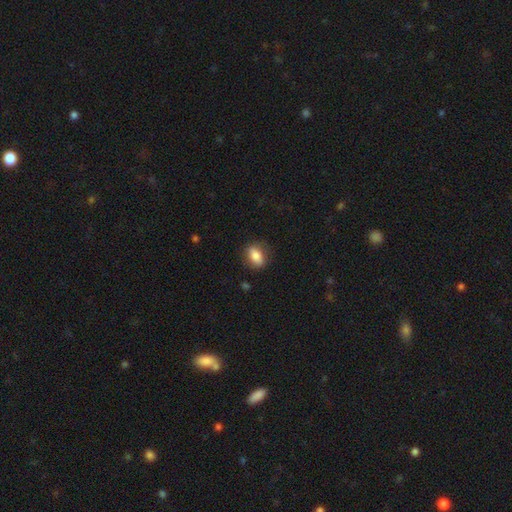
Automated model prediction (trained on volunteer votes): Smooth or featured: smooth — 77% (featured or disk — 16%)
How rounded: in between — 79% (round — 16%)
Merging: none — 80% (minor disturbance — 15%)